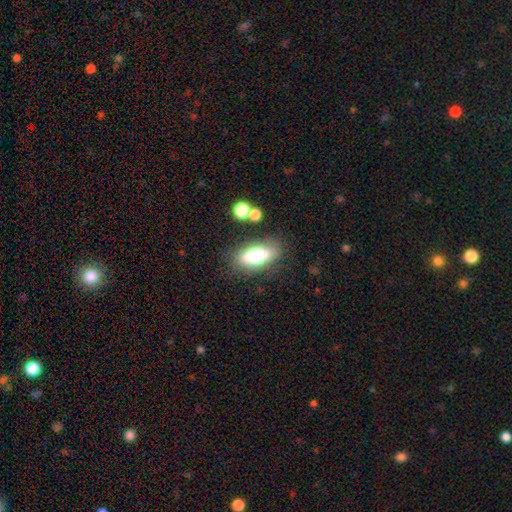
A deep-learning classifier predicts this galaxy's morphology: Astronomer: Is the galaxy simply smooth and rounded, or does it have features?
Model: smooth — 71%.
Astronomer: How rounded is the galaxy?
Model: in between — 74%.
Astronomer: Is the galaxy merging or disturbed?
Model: none — 78%.